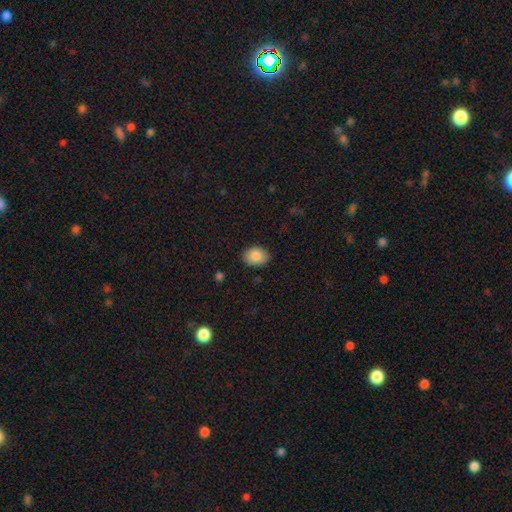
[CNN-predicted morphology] Smooth or featured?
  - smooth: 87% *
  - star or artifact: 8%
  - featured or disk: 6%
How rounded?
  - in between: 69% *
  - round: 30%
  - cigar-shaped: 1%
Merging?
  - none: 86% *
  - minor disturbance: 10%
  - major disturbance: 2%
  - merger: 1%